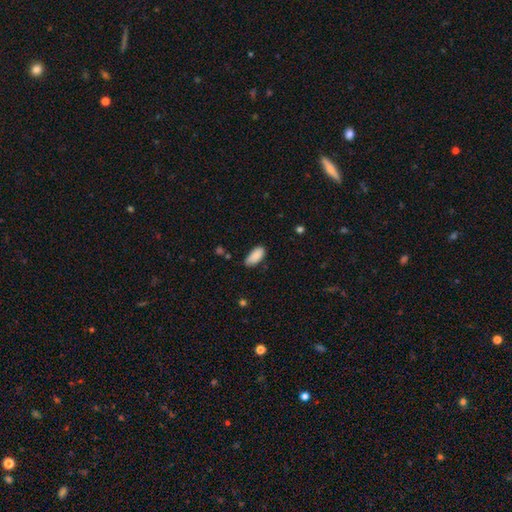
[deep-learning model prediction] This appears to be a smooth galaxy with no disk features (89%) that is in between round and cigar-shaped (89%). Merging: none (71%).